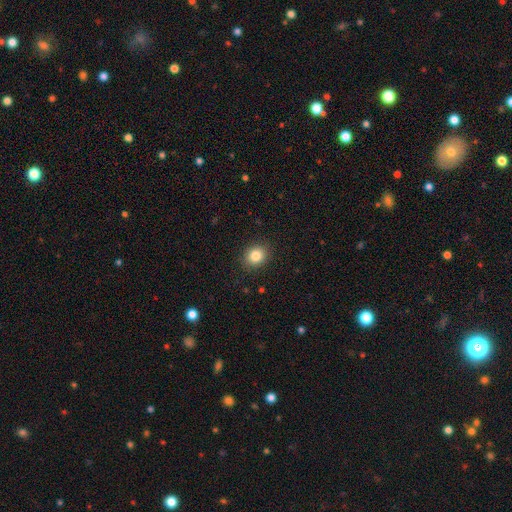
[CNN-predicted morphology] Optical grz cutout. It shows a smooth galaxy with no disk features (84%) that is round (62%). Merging: none (89%).